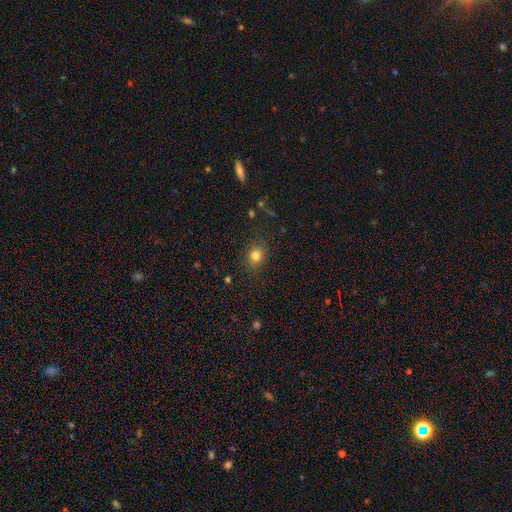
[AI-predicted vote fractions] The model was most divided on "how rounded": round: 64%, in between: 35%, cigar-shaped: 1%. More confident: merging — none (86%); smooth or featured — smooth (80%).